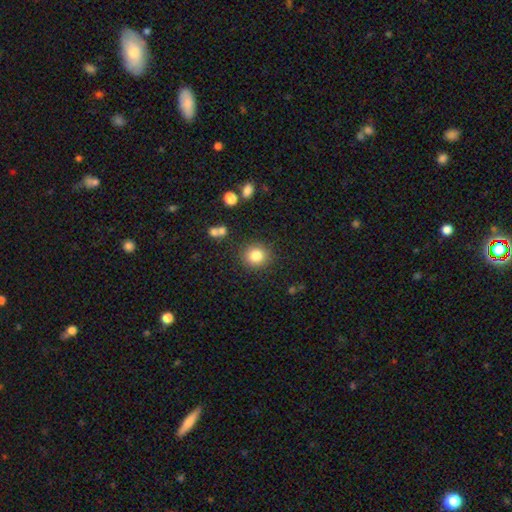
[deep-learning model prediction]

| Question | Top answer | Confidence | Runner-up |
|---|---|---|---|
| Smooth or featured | smooth | 83% | star or artifact (11%) |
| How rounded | round | 86% | in between (14%) |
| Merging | none | 86% | minor disturbance (9%) |